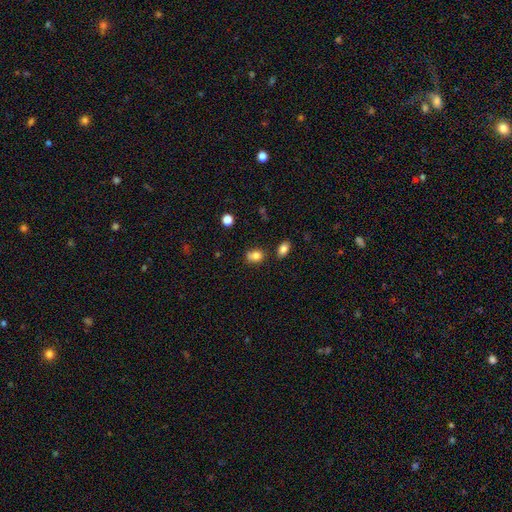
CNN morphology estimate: Smooth or featured? Predicted: smooth (p=0.81). How rounded? Predicted: in between (p=0.65). Merging? Predicted: none (p=0.61).